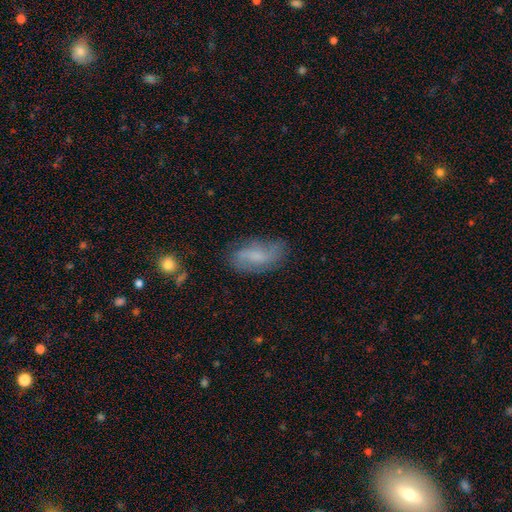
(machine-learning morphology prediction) A smooth galaxy with no disk features (47%).

Vote fractions:
- Smooth or featured? smooth: 47% / featured or disk: 45% / star or artifact: 9%
- Merging? none: 67% / minor disturbance: 23% / major disturbance: 8% / merger: 2%